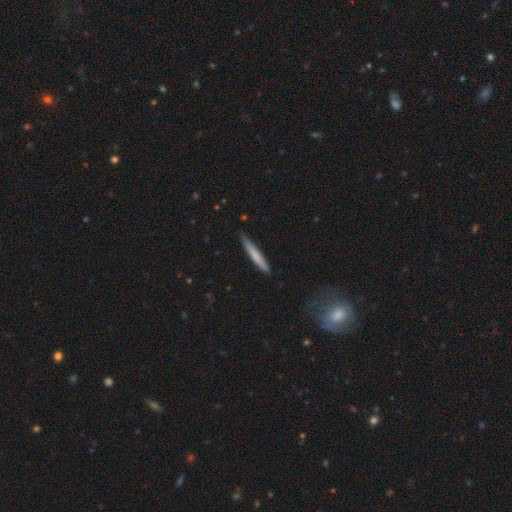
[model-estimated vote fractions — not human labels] Overall: smooth (70%). How rounded: cigar-shaped (96%). Merging: none (83%).